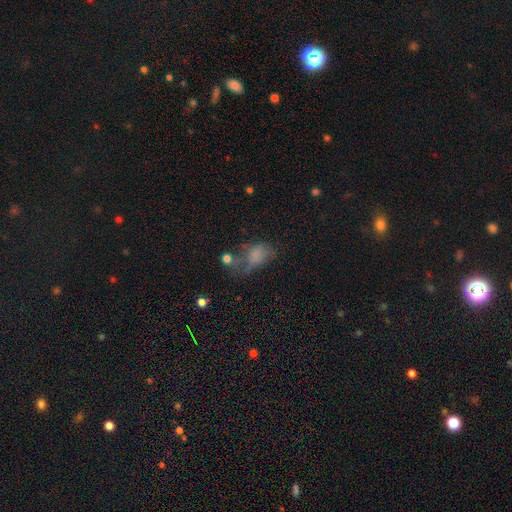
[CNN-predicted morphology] Smooth or featured? Predicted: smooth (p=0.61). How rounded? Predicted: in between (p=0.80). Merging? Predicted: major disturbance (p=0.36).